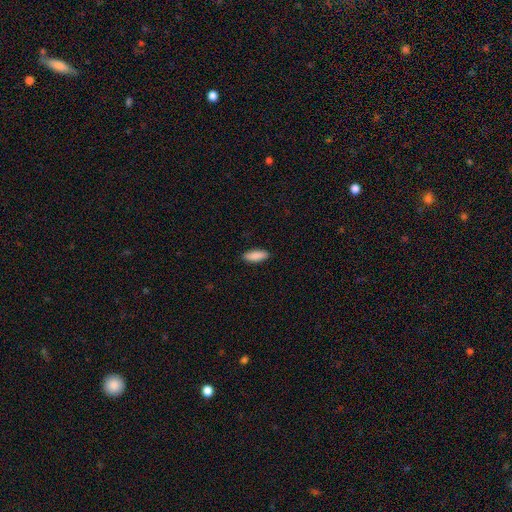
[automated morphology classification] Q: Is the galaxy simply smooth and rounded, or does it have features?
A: smooth — 89%.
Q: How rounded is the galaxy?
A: in between — 69%.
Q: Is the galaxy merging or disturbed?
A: none — 89%.